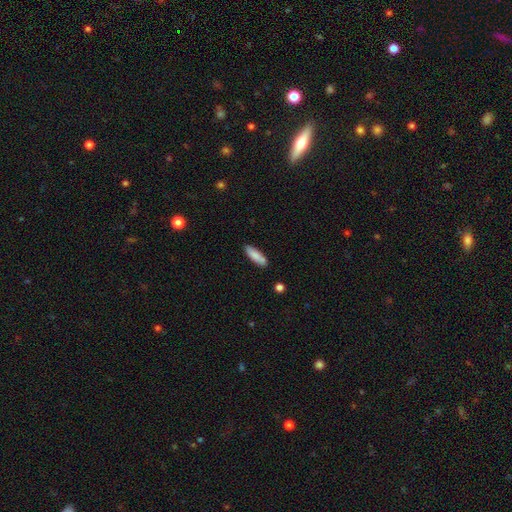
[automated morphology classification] smooth 85%, featured or disk 9%, star or artifact 6%. Down the decision tree: how rounded — cigar-shaped (56%); merging — none (84%).